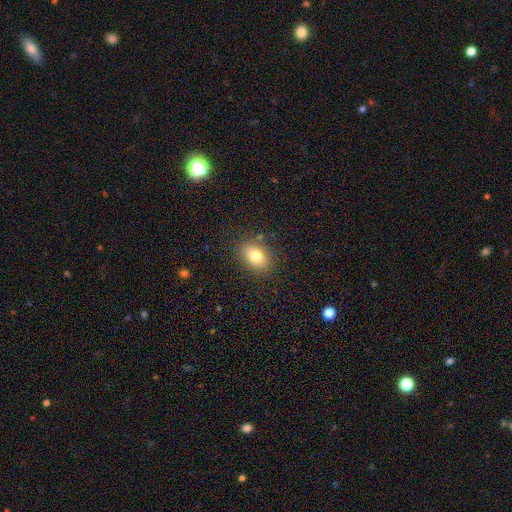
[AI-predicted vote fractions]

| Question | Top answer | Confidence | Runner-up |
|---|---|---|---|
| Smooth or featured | smooth | 80% | featured or disk (11%) |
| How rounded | in between | 80% | round (18%) |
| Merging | none | 83% | minor disturbance (11%) |